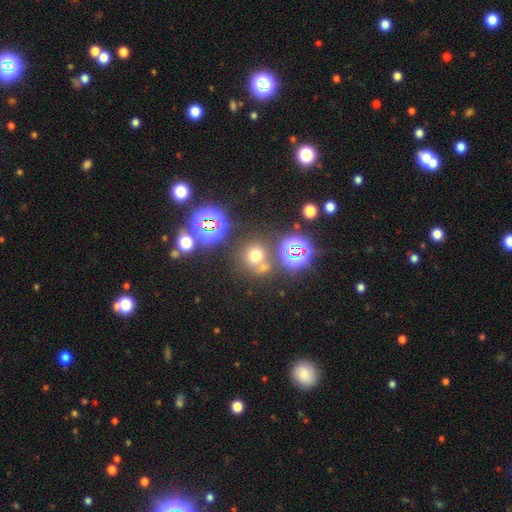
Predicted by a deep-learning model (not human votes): Smooth or featured?
  - smooth: 58% *
  - star or artifact: 33%
  - featured or disk: 9%
How rounded?
  - round: 88% *
  - in between: 10%
  - cigar-shaped: 1%
Merging?
  - none: 67% *
  - merger: 19%
  - minor disturbance: 9%
  - major disturbance: 5%